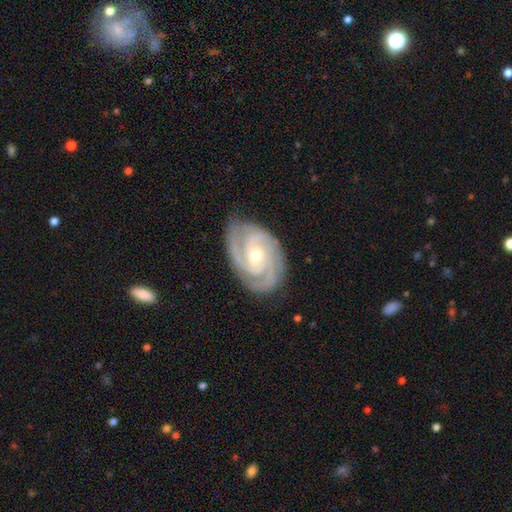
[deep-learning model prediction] Overall: featured or disk (91%). Edge-on disk: no (97%). Bar: no (60%; weak 30%). Spiral arms: yes (98%). Spiral arm count: 3 (49%; 2 22%). Spiral winding: tight (68%; medium 28%). Bulge size: small (54%; moderate 44%). Merging: none (79%).